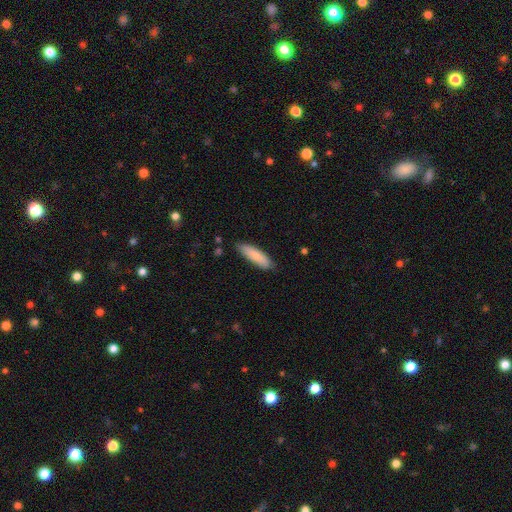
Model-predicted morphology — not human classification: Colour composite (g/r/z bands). It shows a smooth galaxy with no disk features (84%) that is cigar-shaped (63%). Merging: none (82%).